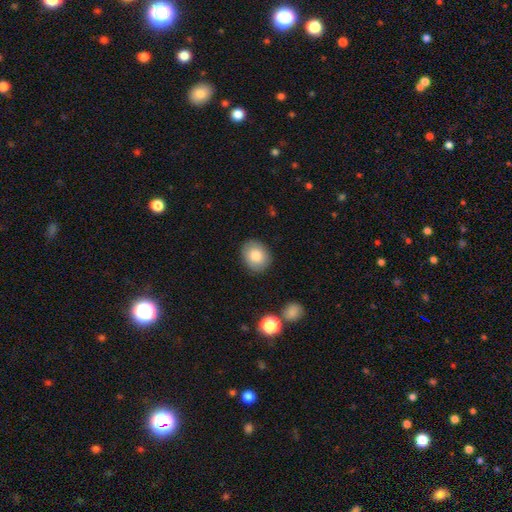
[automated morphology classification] type=smooth (82%); roundness=round (51%); merging=none (85%).